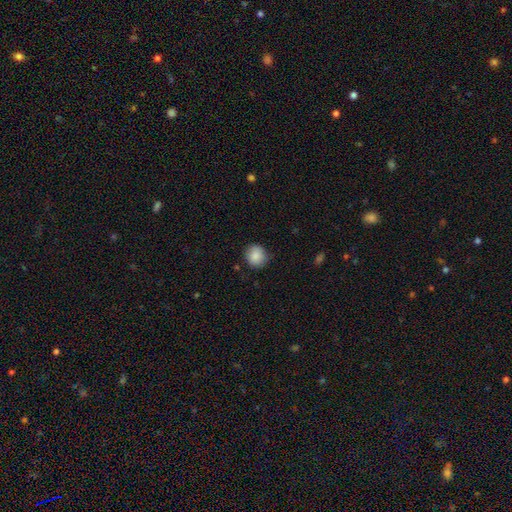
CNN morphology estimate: The model was most divided on "merging": none: 85%, minor disturbance: 11%, major disturbance: 2%, merger: 1%. More confident: how rounded — round (88%); smooth or featured — smooth (87%).